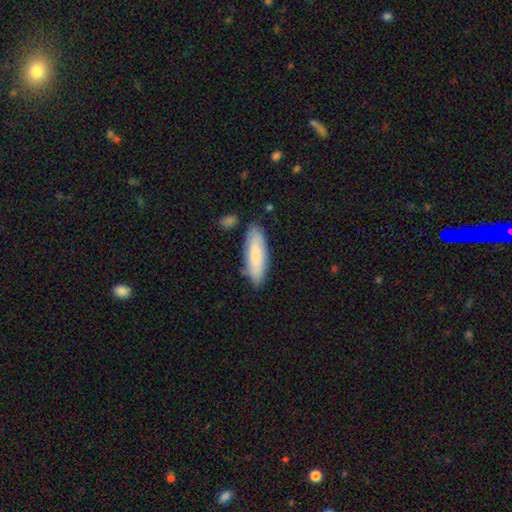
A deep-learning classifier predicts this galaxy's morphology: This is likely a smooth galaxy (79%). How rounded: possibly cigar-shaped (49%, tied with in between). Merging: clearly none (81%).